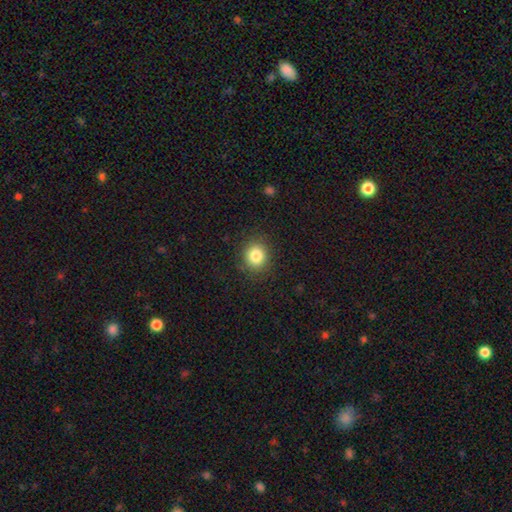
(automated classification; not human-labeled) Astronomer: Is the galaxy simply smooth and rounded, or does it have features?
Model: smooth — 83%.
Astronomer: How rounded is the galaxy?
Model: round — 81%.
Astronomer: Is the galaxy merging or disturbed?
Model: none — 88%.